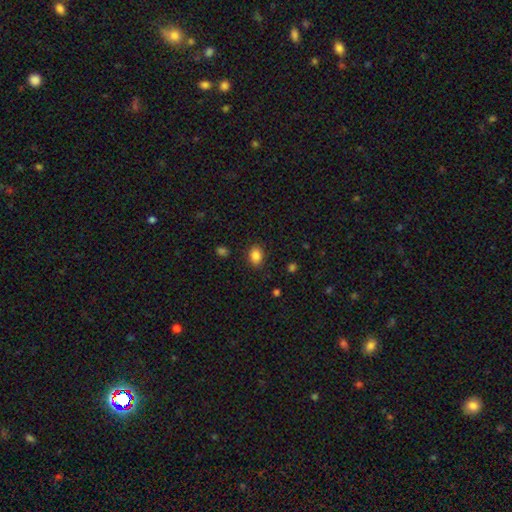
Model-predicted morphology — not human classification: smooth_or_featured: smooth (p=0.86) [alt: star or artifact p=0.10]
how_rounded: in between (p=0.65) [alt: round p=0.34]
merging: none (p=0.86) [alt: minor disturbance p=0.10]